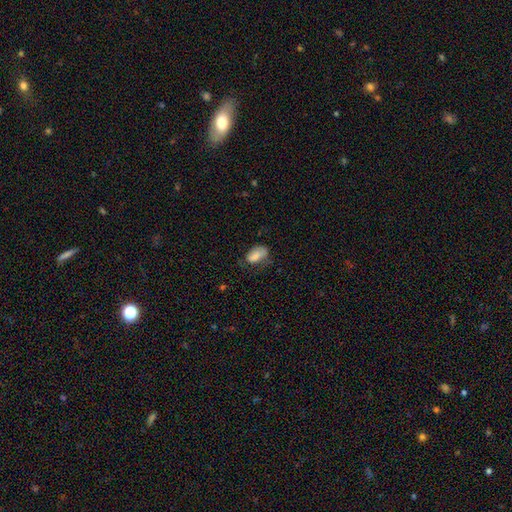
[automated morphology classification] smooth 78%, featured or disk 14%, star or artifact 9%. Down the decision tree: how rounded — in between (91%); merging — none (43%).